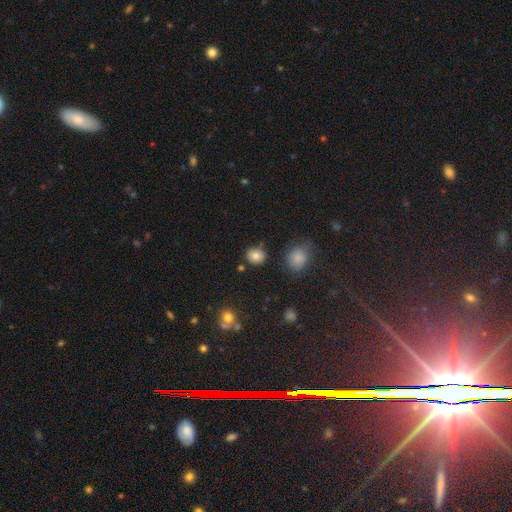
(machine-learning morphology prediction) This appears to be a smooth galaxy with no disk features (82%) that is round (80%). Merging: none (83%).